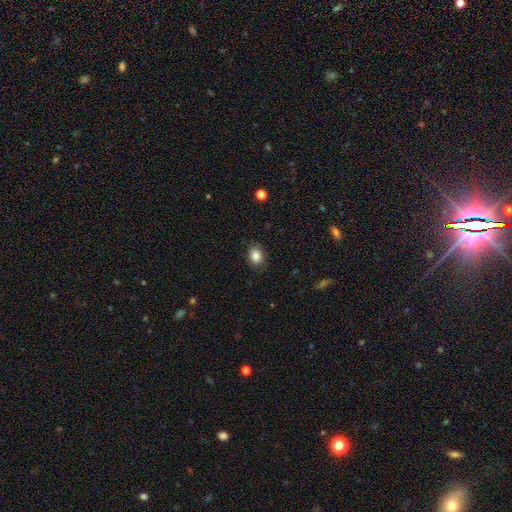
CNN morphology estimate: smooth 86%, star or artifact 9%, featured or disk 5%. Down the decision tree: how rounded — in between (66%); merging — none (84%).